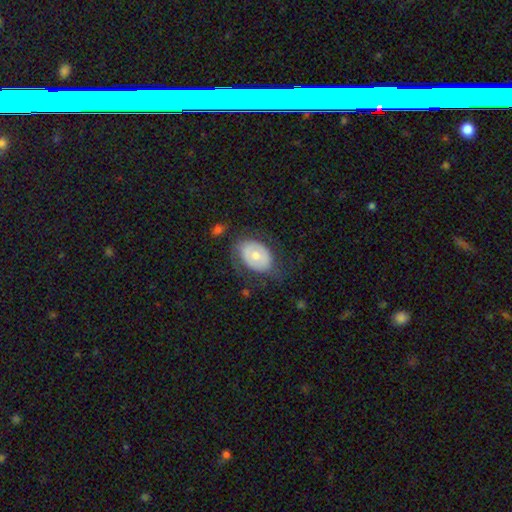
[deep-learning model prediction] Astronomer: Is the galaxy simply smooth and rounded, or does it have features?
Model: smooth — 55% (runner-up: featured or disk, 39%).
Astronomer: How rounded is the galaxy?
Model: in between — 79%.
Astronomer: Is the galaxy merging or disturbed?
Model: none — 59%.